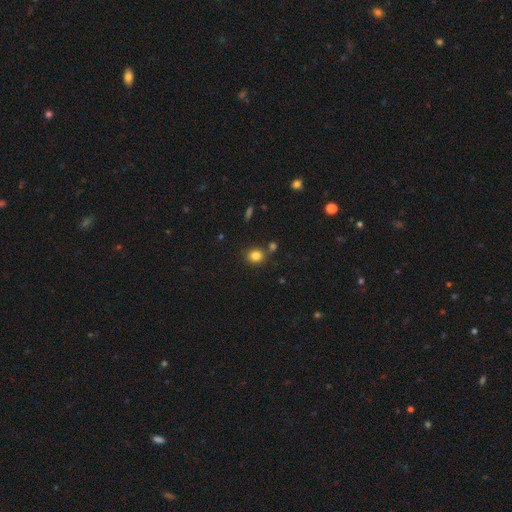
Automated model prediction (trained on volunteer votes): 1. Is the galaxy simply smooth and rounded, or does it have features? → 82% smooth, 12% star or artifact, 6% featured or disk.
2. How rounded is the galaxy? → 79% round, 20% in between, 1% cigar-shaped.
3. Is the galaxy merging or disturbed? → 76% none, 10% minor disturbance, 10% merger, 3% major disturbance.